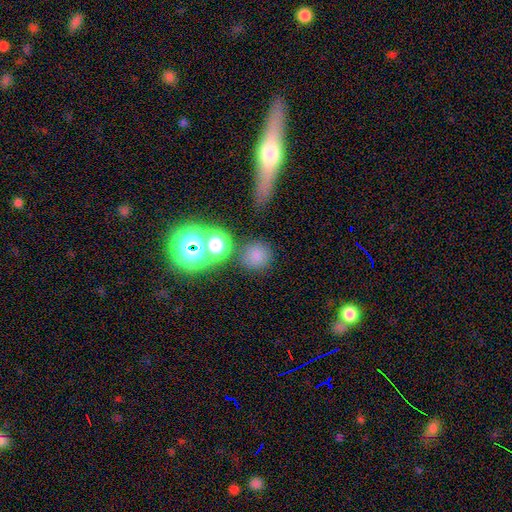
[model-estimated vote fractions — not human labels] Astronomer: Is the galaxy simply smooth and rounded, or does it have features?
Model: smooth — 71%.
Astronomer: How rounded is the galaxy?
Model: round — 89%.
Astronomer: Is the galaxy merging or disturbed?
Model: none — 72%.